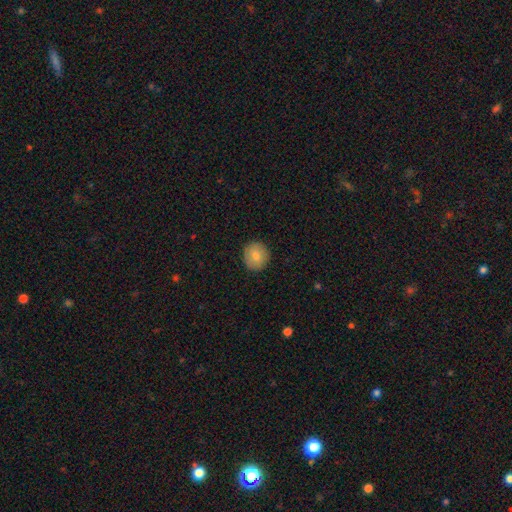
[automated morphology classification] Smooth or featured?
  - smooth: 80% *
  - featured or disk: 12%
  - star or artifact: 8%
How rounded?
  - round: 90% *
  - in between: 9%
  - cigar-shaped: 1%
Merging?
  - none: 90% *
  - minor disturbance: 7%
  - major disturbance: 2%
  - merger: 1%